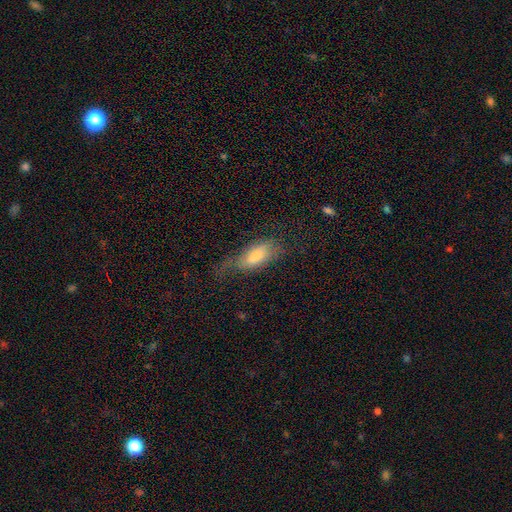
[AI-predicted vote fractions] This appears to be a smooth galaxy with no disk features (65%) that is in between round and cigar-shaped (76%). Merging: none (41%).